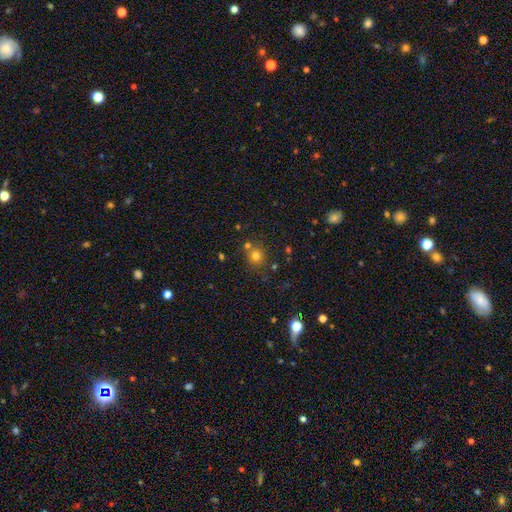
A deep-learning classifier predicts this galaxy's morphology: smooth_or_featured: smooth (p=0.73) [alt: star or artifact p=0.18]
how_rounded: round (p=0.83) [alt: in between p=0.16]
merging: none (p=0.69) [alt: merger p=0.16]